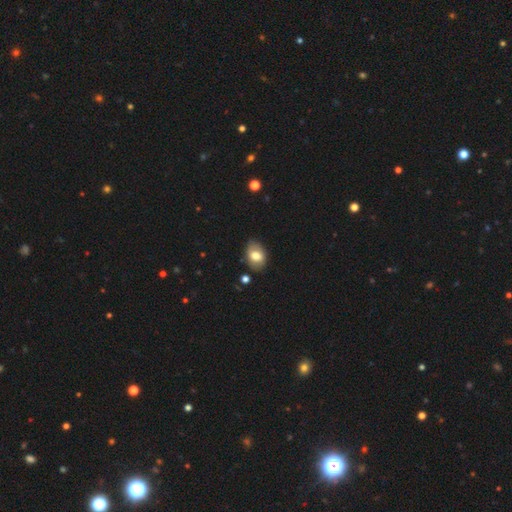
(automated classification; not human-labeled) Q: Smooth or featured?
A: smooth (72%); runner-up: featured or disk (20%)
Q: How rounded?
A: in between (80%); runner-up: round (19%)
Q: Merging?
A: none (78%); runner-up: minor disturbance (16%)